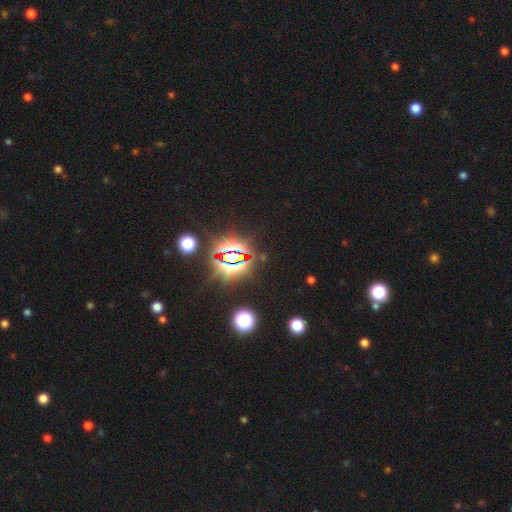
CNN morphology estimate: This appears to be a star or artifact, not a galaxy (85%).